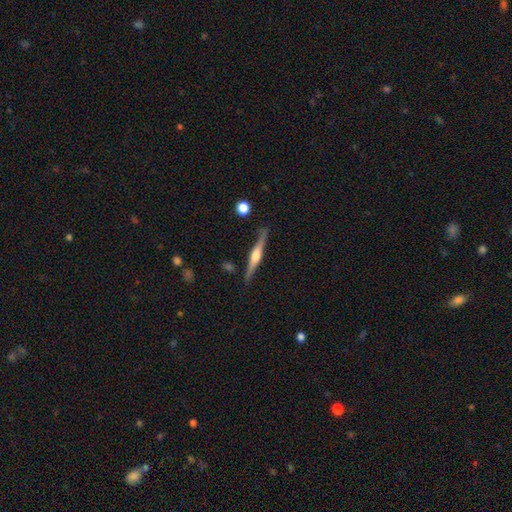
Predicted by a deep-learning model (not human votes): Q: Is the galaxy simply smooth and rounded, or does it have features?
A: featured or disk — 77%.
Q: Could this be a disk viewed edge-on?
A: yes — 98%.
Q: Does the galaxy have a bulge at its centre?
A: rounded — 88%.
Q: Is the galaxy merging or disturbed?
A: none — 86%.